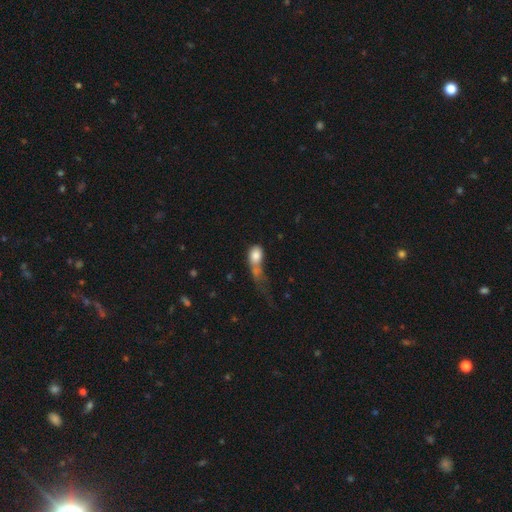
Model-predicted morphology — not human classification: This is likely a smooth galaxy (77%). How rounded: likely in between (71%). Merging: marginally major disturbance (42%).